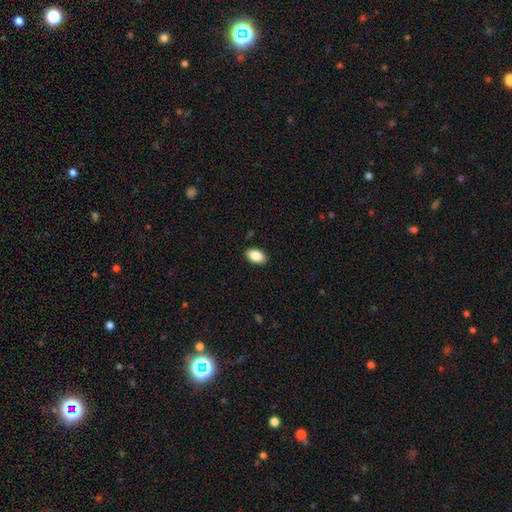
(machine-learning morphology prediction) Smooth or featured? smooth (88%)
How rounded? in between (93%)
Merging? none (89%)